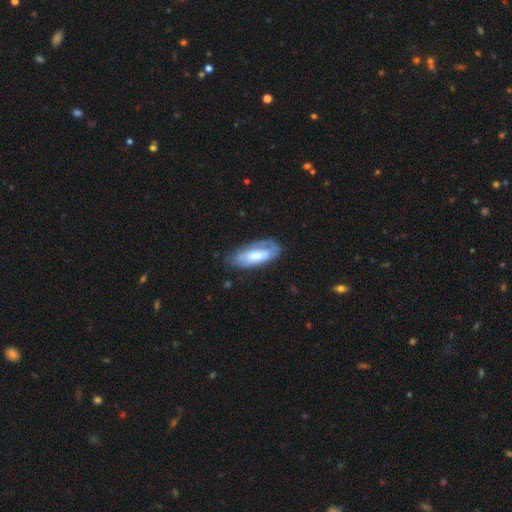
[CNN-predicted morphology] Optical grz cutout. It shows a smooth galaxy with no disk features (52%) that is in between round and cigar-shaped (80%). Merging: none (61%).